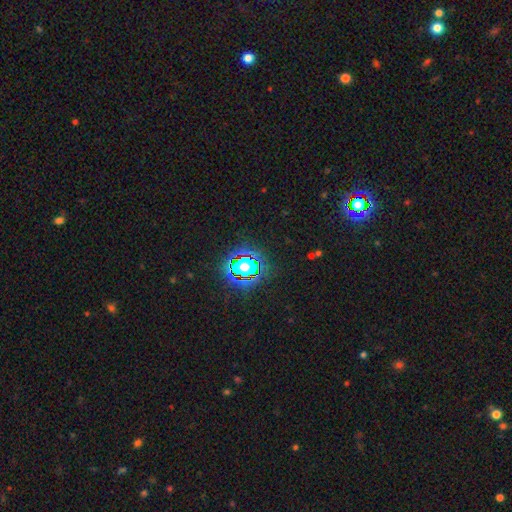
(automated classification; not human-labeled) Smooth or featured: star or artifact — 81% (smooth — 12%)